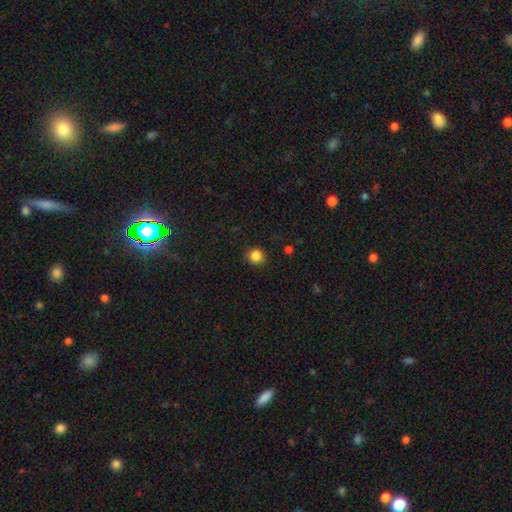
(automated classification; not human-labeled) smooth-or-featured: smooth: 85% | star or artifact: 11% | featured or disk: 4%
  how-rounded: round: 80% | in between: 19% | cigar-shaped: 1%
  merging: none: 84% | minor disturbance: 12% | major disturbance: 3% | merger: 1%